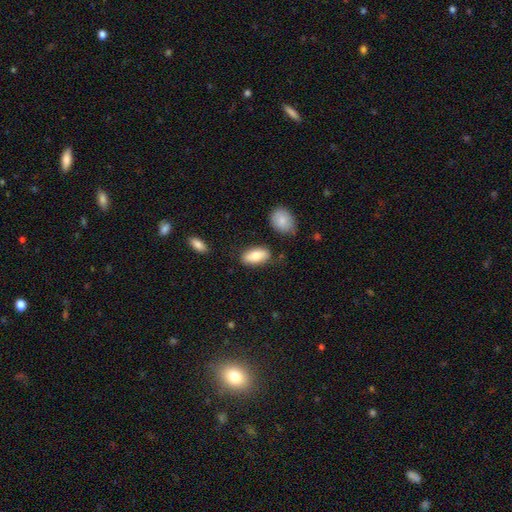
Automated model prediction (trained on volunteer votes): Smooth or featured: smooth — 81% (featured or disk — 12%)
How rounded: in between — 90% (cigar-shaped — 7%)
Merging: none — 77% (minor disturbance — 15%)